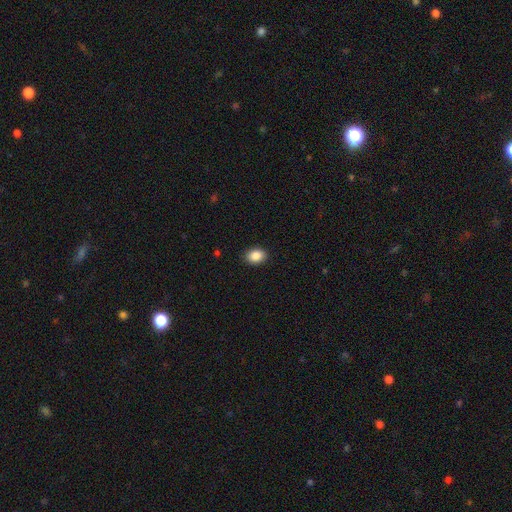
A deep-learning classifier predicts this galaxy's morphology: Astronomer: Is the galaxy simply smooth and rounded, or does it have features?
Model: smooth — 88%.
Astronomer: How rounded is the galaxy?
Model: in between — 68%.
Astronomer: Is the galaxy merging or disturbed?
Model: none — 89%.